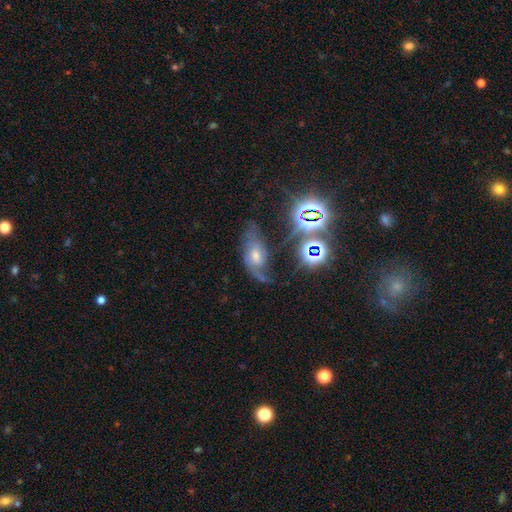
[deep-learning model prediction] Smooth or featured: featured or disk — 52% (star or artifact — 28%)
Edge-on disk: no — 89% (yes — 11%)
Merging: none — 44% (minor disturbance — 26%)